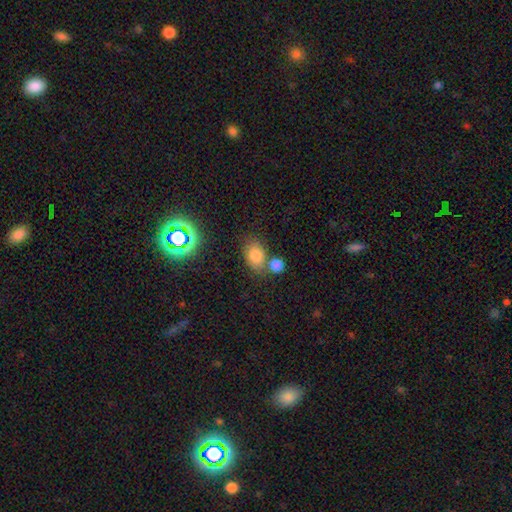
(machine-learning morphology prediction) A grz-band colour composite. It shows a smooth galaxy with no disk features (78%) that is in between round and cigar-shaped (69%). Merging: none (55%).